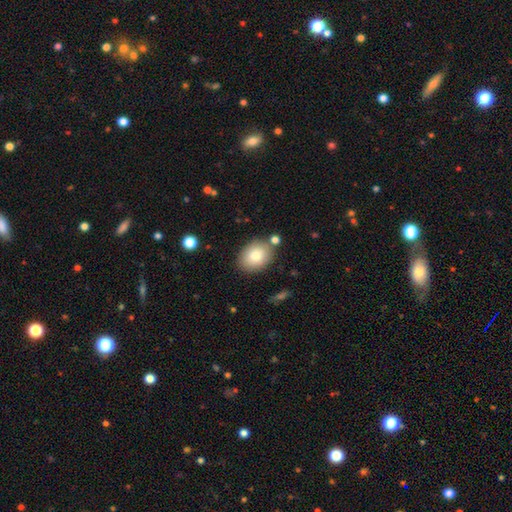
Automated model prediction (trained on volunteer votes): Smooth or featured: smooth — 83% (featured or disk — 9%)
How rounded: in between — 73% (round — 26%)
Merging: none — 79% (minor disturbance — 12%)